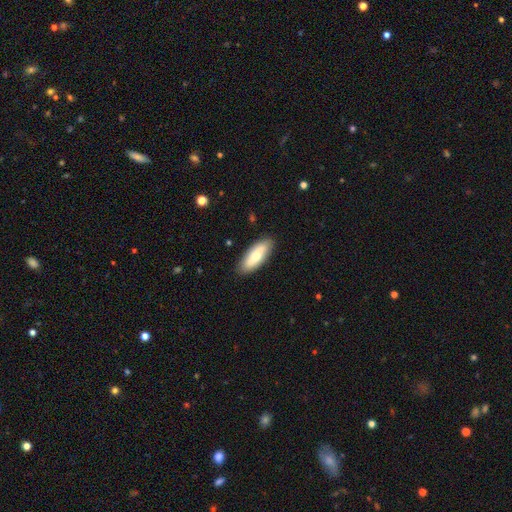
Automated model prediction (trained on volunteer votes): A smooth galaxy with no disk features (63%) that is in between round and cigar-shaped (72%). Merging: none (88%).